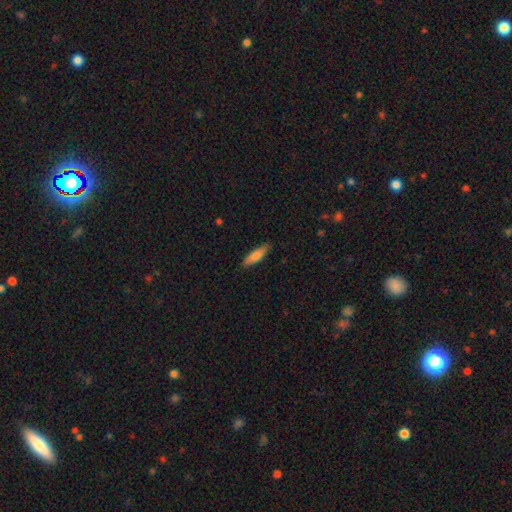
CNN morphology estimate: Smooth or featured?
  - smooth: 76% *
  - featured or disk: 18%
  - star or artifact: 6%
How rounded?
  - cigar-shaped: 64% *
  - in between: 34%
  - round: 2%
Merging?
  - none: 85% *
  - minor disturbance: 11%
  - major disturbance: 2%
  - merger: 1%